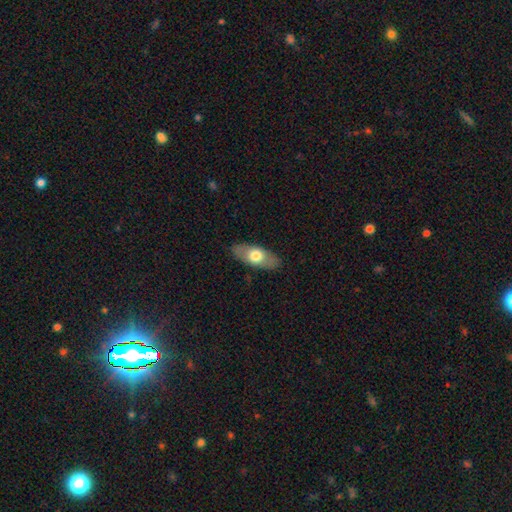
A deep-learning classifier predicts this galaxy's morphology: A smooth galaxy with no disk features (61%) that is in between round and cigar-shaped (84%). Merging: none (86%).